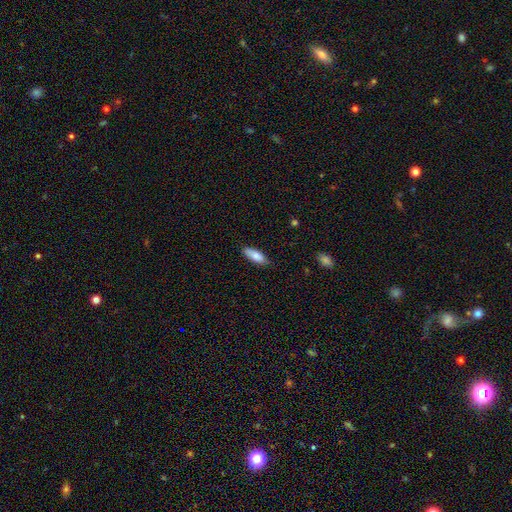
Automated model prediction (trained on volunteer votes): Q: Smooth or featured?
A: smooth (82%); runner-up: featured or disk (11%)
Q: How rounded?
A: in between (67%); runner-up: cigar-shaped (31%)
Q: Merging?
A: none (78%); runner-up: minor disturbance (18%)